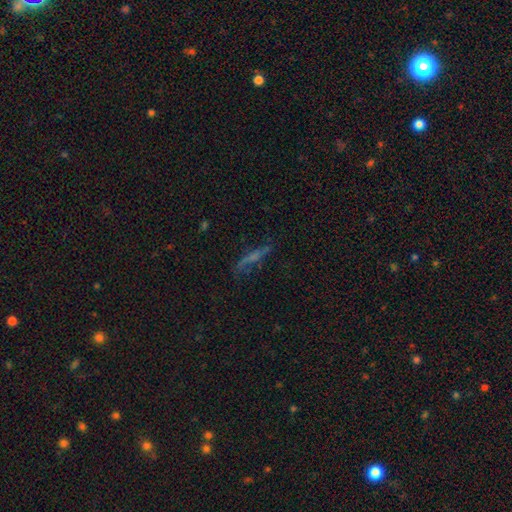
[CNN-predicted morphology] featured or disk 48%, smooth 35%, star or artifact 17%. Down the decision tree: merging — none (63%).